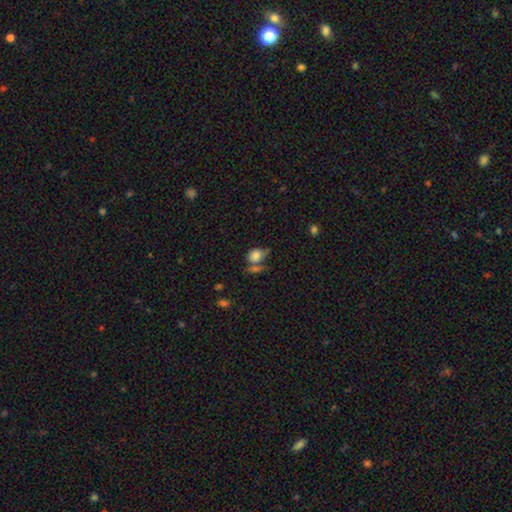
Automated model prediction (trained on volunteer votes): This is likely a smooth galaxy (78%). How rounded: possibly round (51%). Merging: marginally none (41%).